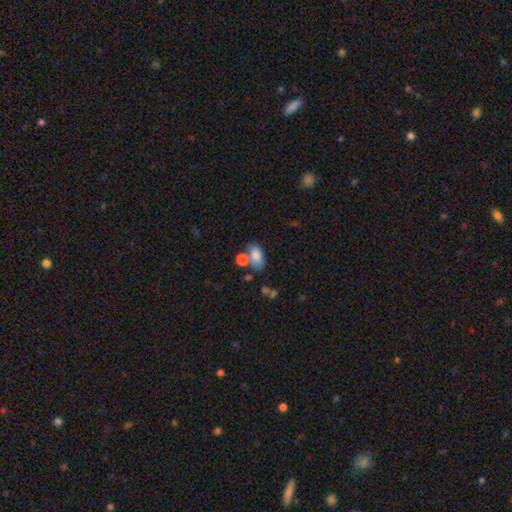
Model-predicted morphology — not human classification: smooth-or-featured: smooth: 82% | featured or disk: 9% | star or artifact: 9%
  how-rounded: in between: 90% | round: 7% | cigar-shaped: 3%
  merging: none: 56% | merger: 23% | minor disturbance: 15% | major disturbance: 6%